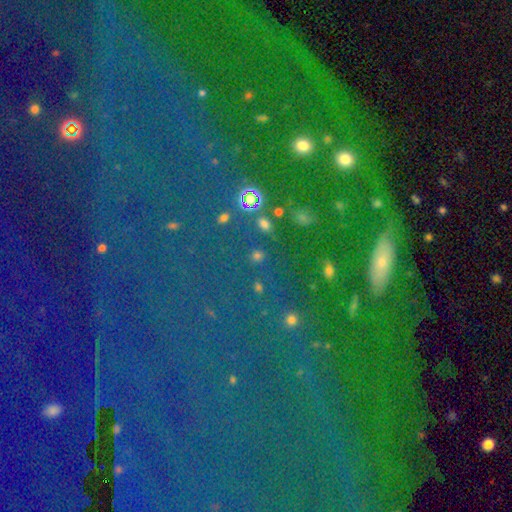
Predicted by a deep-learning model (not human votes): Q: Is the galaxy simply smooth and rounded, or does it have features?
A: star or artifact — 68%.